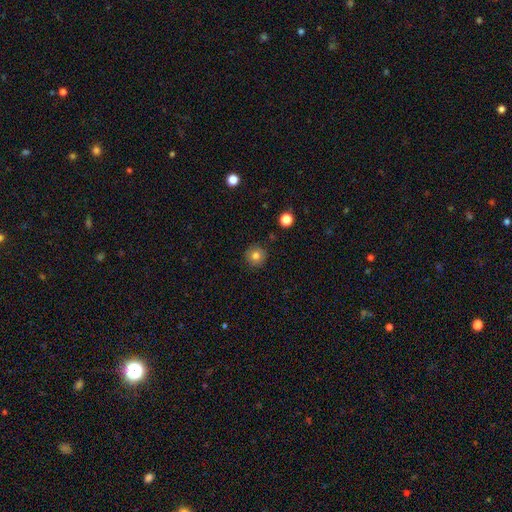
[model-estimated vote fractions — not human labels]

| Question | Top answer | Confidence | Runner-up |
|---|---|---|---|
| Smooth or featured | smooth | 80% | star or artifact (11%) |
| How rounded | round | 94% | in between (5%) |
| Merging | none | 89% | minor disturbance (7%) |